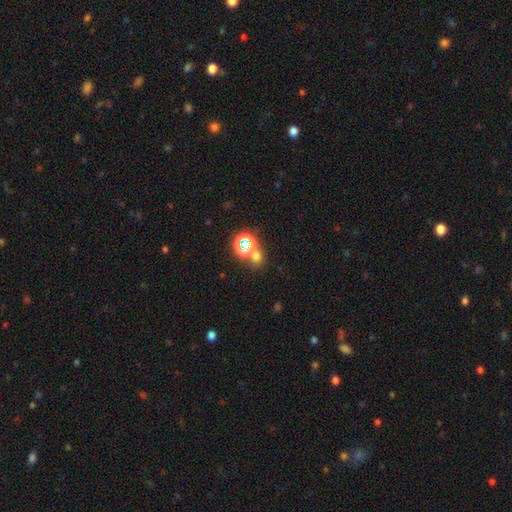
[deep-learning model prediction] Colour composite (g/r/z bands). It shows a smooth galaxy with no disk features (52%) that is round (76%). Merging: none (65%).